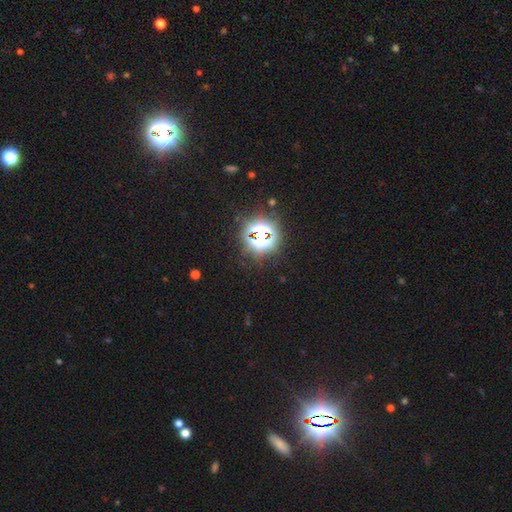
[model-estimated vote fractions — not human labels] Q: Smooth or featured?
A: star or artifact (77%); runner-up: smooth (18%)